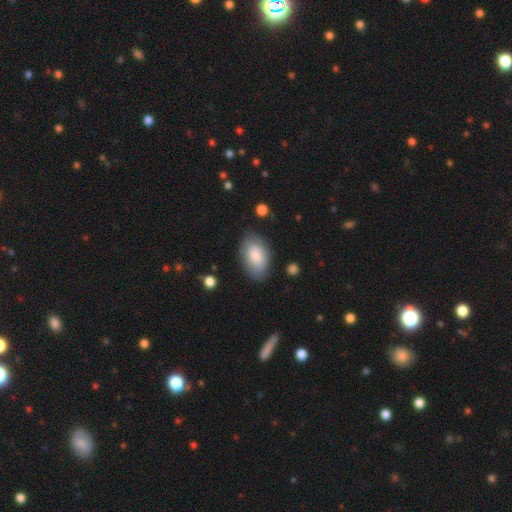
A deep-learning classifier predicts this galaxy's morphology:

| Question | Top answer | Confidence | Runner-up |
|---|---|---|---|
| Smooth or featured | smooth | 80% | featured or disk (14%) |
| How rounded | in between | 93% | round (6%) |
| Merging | none | 76% | minor disturbance (17%) |